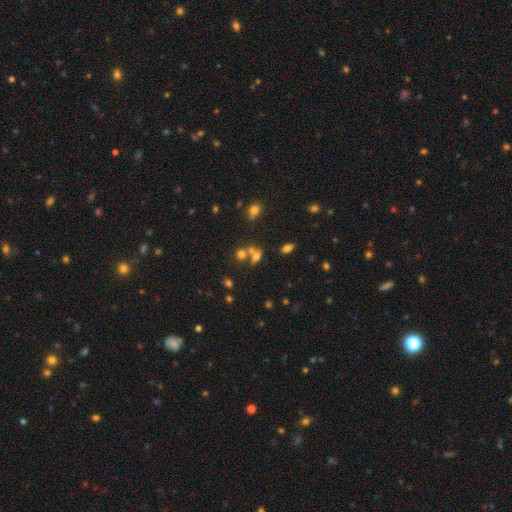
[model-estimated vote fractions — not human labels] smooth 60%, star or artifact 23%, featured or disk 17%. Down the decision tree: how rounded — in between (49%); merging — none (43%).